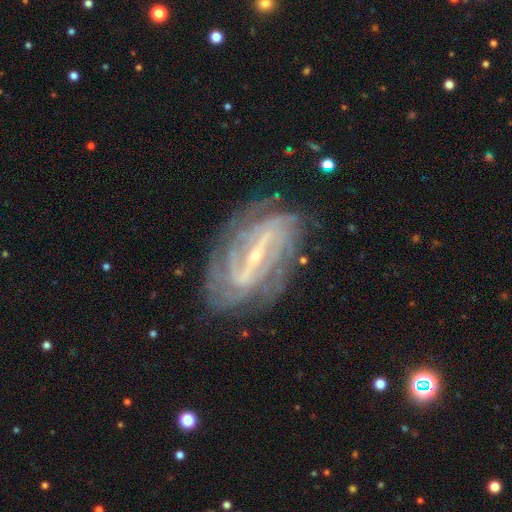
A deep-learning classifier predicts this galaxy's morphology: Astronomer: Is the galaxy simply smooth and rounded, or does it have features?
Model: featured or disk — 90%.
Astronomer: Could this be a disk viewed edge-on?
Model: no — 94%.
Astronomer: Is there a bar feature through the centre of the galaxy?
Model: strong — 67%.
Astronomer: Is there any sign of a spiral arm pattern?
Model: yes — 96%.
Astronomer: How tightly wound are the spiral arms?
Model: tight — 64%.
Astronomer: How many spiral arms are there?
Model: can't tell — 26% (runner-up: 2, 22%).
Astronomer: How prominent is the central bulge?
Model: small — 80%.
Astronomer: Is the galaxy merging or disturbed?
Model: none — 79%.